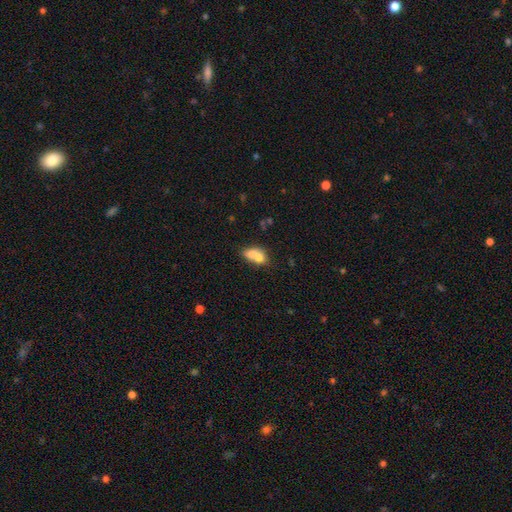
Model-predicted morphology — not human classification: smooth_or_featured: smooth (p=0.68) [alt: featured or disk p=0.22]
how_rounded: in between (p=0.58) [alt: round p=0.40]
merging: merger (p=0.68) [alt: none p=0.21]